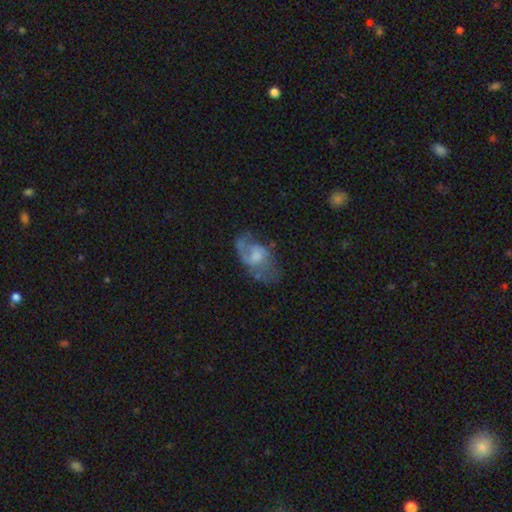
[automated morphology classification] Smooth or featured? featured or disk (58%)
Edge-on disk? no (96%)
Bar? no (59%)
Spiral arms? yes (66%)
Bulge size? moderate (36%)
Merging? none (41%)